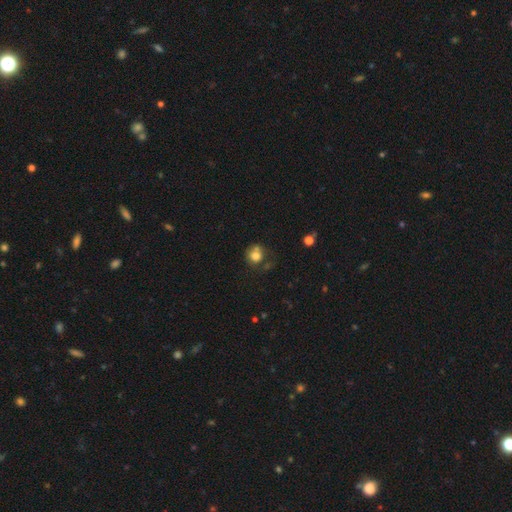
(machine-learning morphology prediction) type=smooth (76%); roundness=round (80%); merging=none (52%).